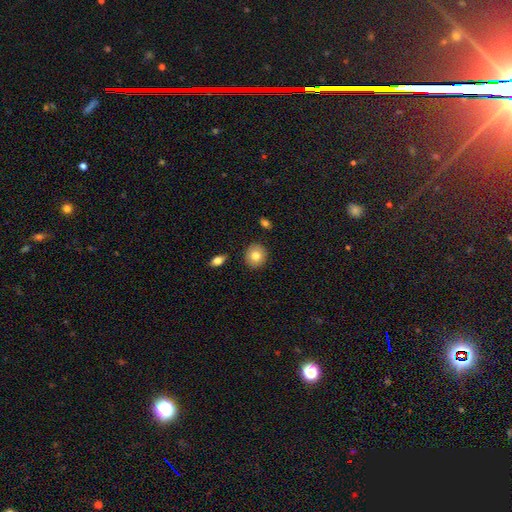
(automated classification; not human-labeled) Overall: smooth (79%). How rounded: round (85%). Merging: none (89%).